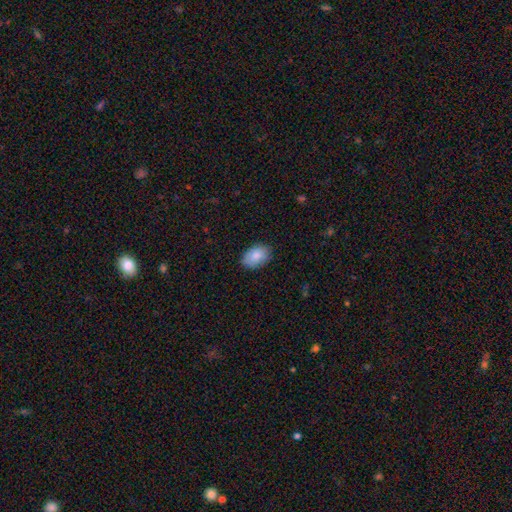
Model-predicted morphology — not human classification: Smooth or featured?
  - smooth: 84% *
  - featured or disk: 9%
  - star or artifact: 6%
How rounded?
  - in between: 87% *
  - round: 12%
  - cigar-shaped: 1%
Merging?
  - none: 84% *
  - minor disturbance: 13%
  - major disturbance: 2%
  - merger: 1%